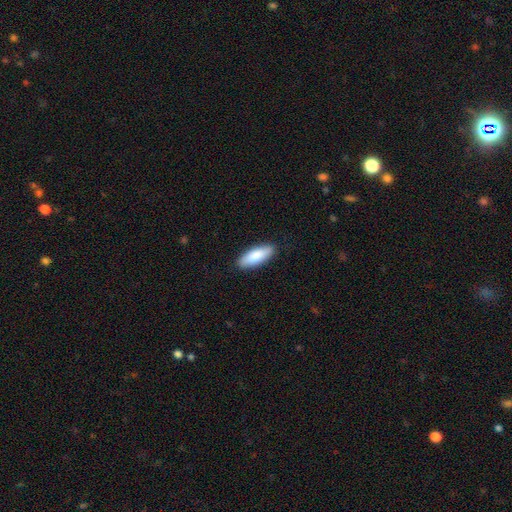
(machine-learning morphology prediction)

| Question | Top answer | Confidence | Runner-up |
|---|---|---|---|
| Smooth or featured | smooth | 87% | featured or disk (8%) |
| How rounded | in between | 69% | cigar-shaped (29%) |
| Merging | none | 88% | minor disturbance (9%) |